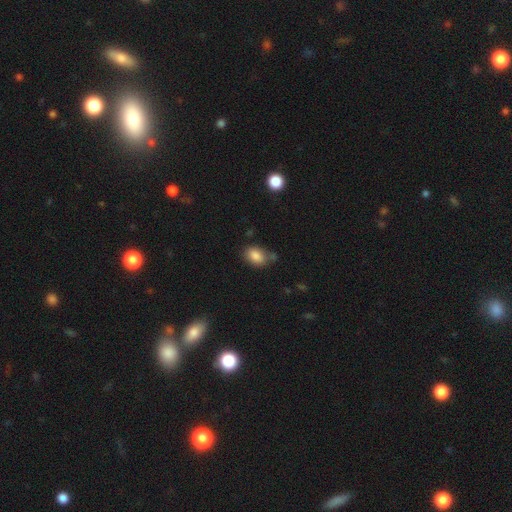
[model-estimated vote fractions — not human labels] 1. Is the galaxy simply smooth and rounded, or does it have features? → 86% smooth, 9% star or artifact, 6% featured or disk.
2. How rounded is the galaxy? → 81% in between, 17% round, 1% cigar-shaped.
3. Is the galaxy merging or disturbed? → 67% none, 19% minor disturbance, 8% merger, 5% major disturbance.